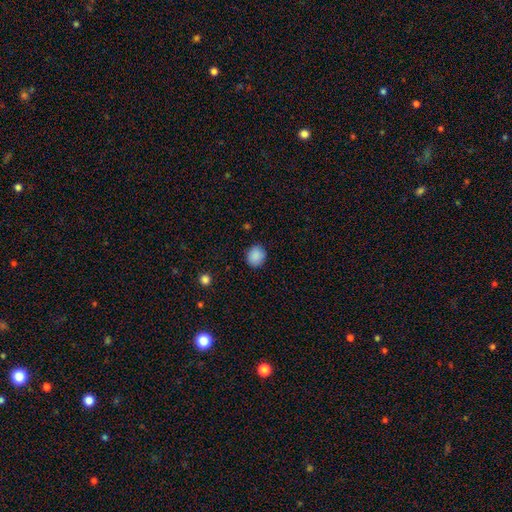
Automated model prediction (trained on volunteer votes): smooth_or_featured: smooth (p=0.88) [alt: star or artifact p=0.08]
how_rounded: round (p=0.80) [alt: in between p=0.19]
merging: none (p=0.88) [alt: minor disturbance p=0.09]